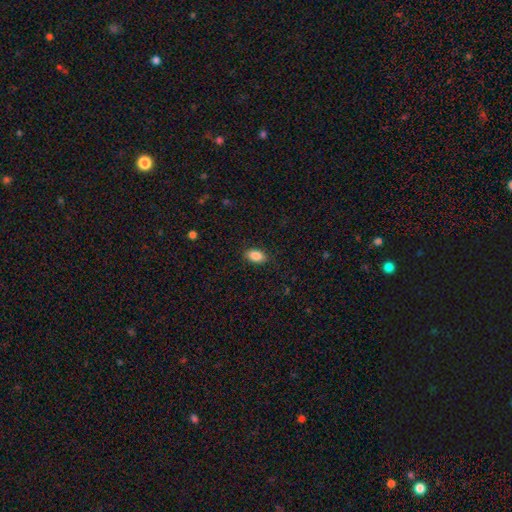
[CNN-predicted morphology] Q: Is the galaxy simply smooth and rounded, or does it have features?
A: smooth — 87%.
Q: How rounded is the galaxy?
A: in between — 91%.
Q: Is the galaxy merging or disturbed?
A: none — 87%.